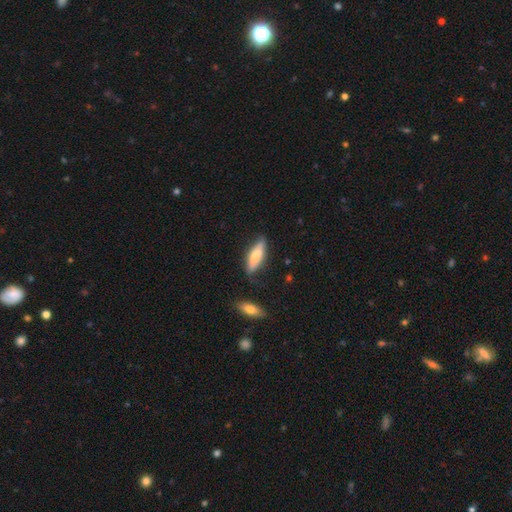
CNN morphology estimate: A smooth galaxy with no disk features (64%) that is cigar-shaped (55%). Merging: none (73%).